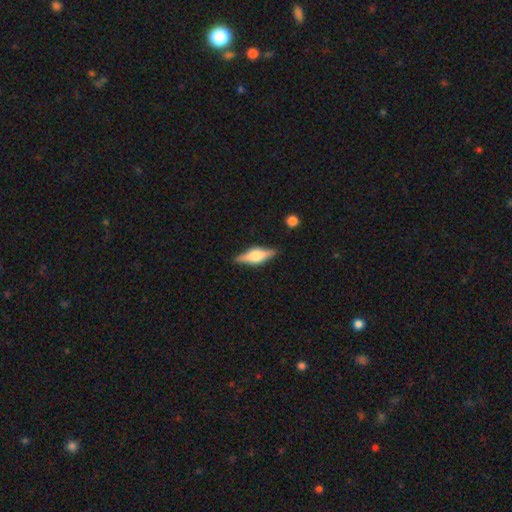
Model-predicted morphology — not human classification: featured or disk 65%, smooth 28%, star or artifact 7%. Down the decision tree: edge-on disk — yes (96%); edge-on bulge — rounded (83%); merging — none (86%).